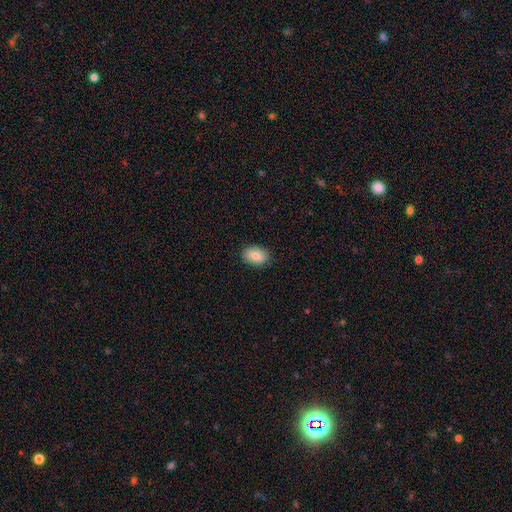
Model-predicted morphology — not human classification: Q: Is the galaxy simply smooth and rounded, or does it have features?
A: smooth — 85%.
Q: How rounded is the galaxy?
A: in between — 87%.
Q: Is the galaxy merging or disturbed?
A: none — 87%.